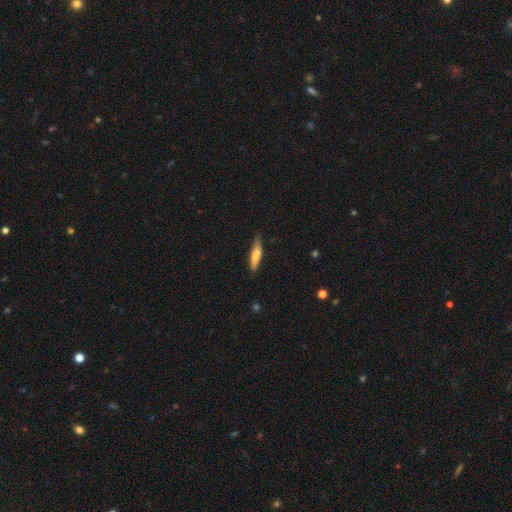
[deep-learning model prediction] This appears to be a smooth galaxy with no disk features (74%) that is cigar-shaped (80%). Merging: none (75%).